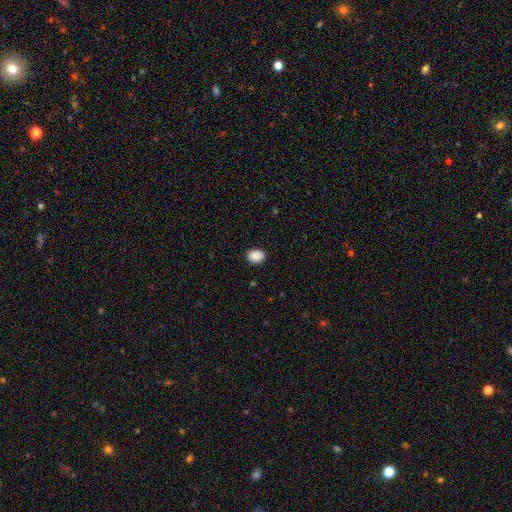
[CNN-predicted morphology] Overall: smooth (90%). How rounded: in between (62%; round 37%). Merging: none (89%).